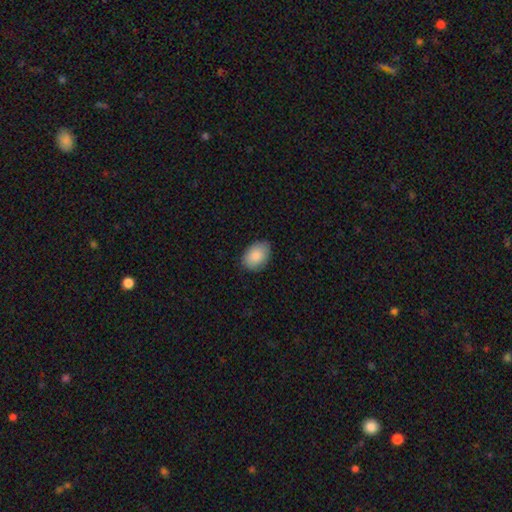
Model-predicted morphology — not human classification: smooth 88%, star or artifact 6%, featured or disk 6%. Down the decision tree: how rounded — in between (82%); merging — none (84%).